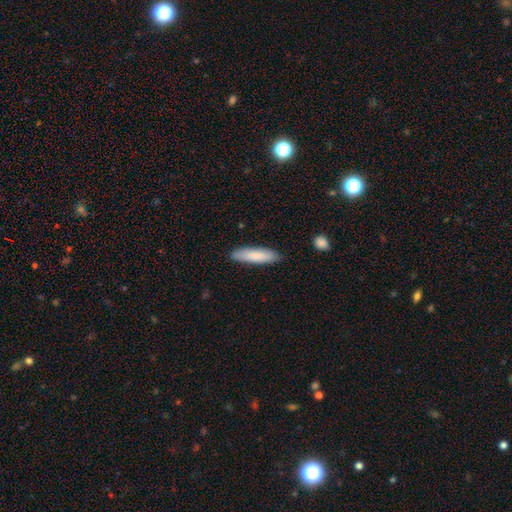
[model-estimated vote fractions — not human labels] Overall: smooth (84%). How rounded: cigar-shaped (72%). Merging: none (89%).